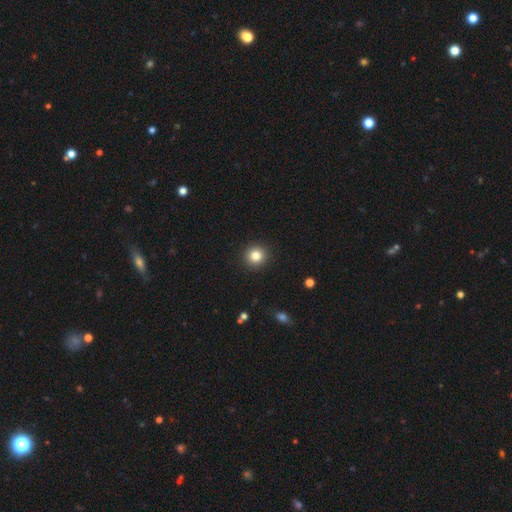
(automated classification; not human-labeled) Smooth or featured: smooth — 82% (star or artifact — 11%)
How rounded: round — 94% (in between — 5%)
Merging: none — 93% (minor disturbance — 5%)